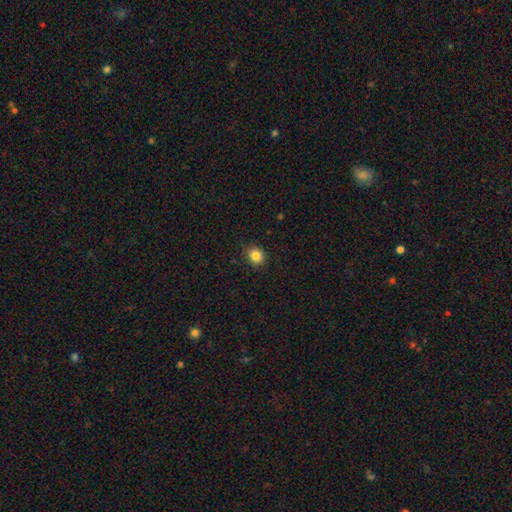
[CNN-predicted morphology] type=smooth (84%); roundness=round (80%); merging=none (87%).